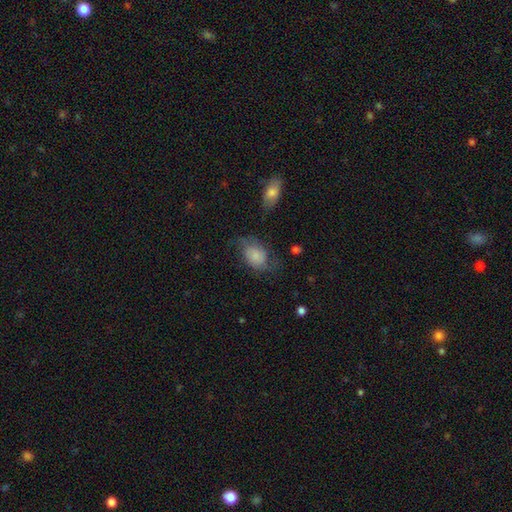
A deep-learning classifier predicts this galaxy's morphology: Smooth or featured? smooth (60%)
How rounded? in between (78%)
Merging? none (51%)